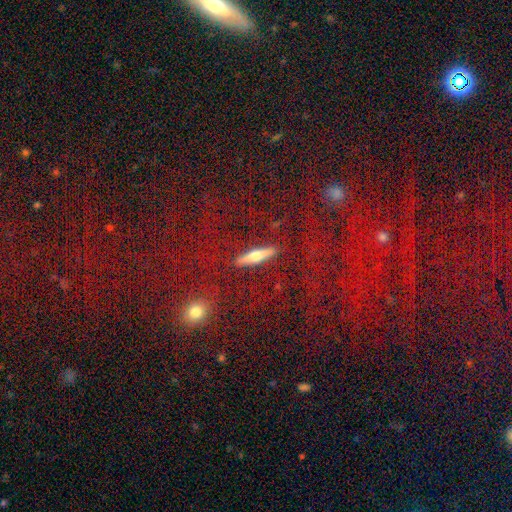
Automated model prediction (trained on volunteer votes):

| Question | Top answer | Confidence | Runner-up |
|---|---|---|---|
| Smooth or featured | featured or disk | 42% | smooth (37%) |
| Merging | none | 87% | minor disturbance (8%) |